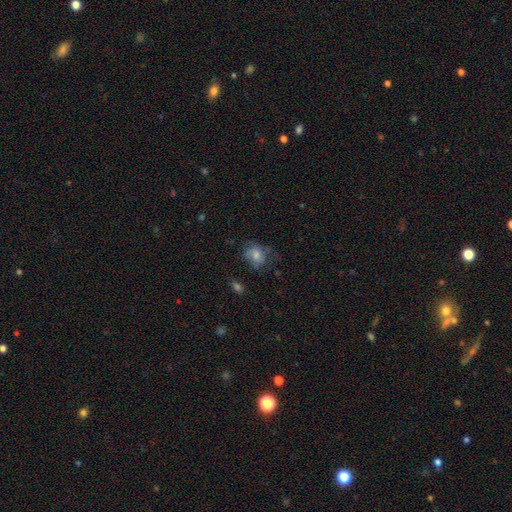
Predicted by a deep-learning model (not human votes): Smooth or featured? Predicted: smooth (p=0.62). How rounded? Predicted: in between (p=0.52). Merging? Predicted: none (p=0.49).